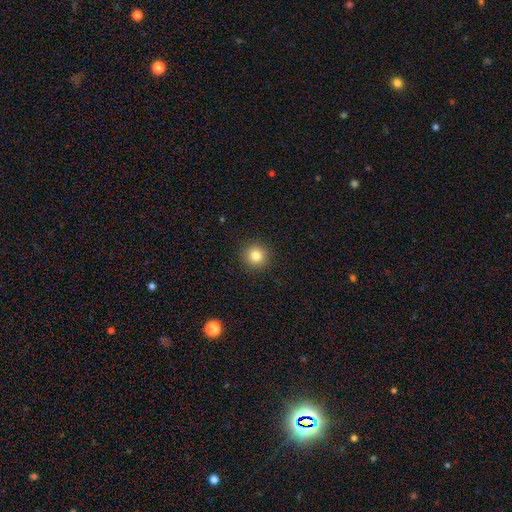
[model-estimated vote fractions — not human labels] Overall: smooth (81%). How rounded: round (95%). Merging: none (92%).